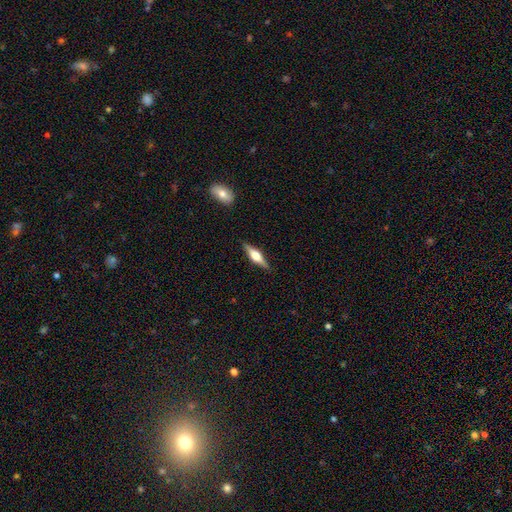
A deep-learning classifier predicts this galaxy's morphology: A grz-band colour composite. It shows a featured or disk galaxy (68%) viewed edge-on (97%) with a rounded central bulge (91%). Merging: none (89%).